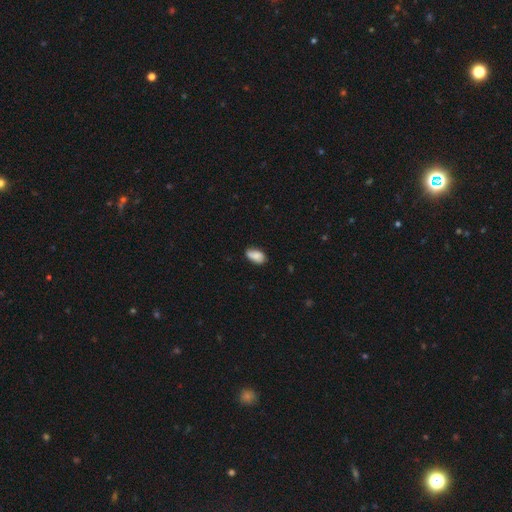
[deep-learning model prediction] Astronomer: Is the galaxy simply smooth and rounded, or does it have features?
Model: smooth — 83%.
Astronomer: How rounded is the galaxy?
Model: in between — 93%.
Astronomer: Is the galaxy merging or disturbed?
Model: none — 71%.